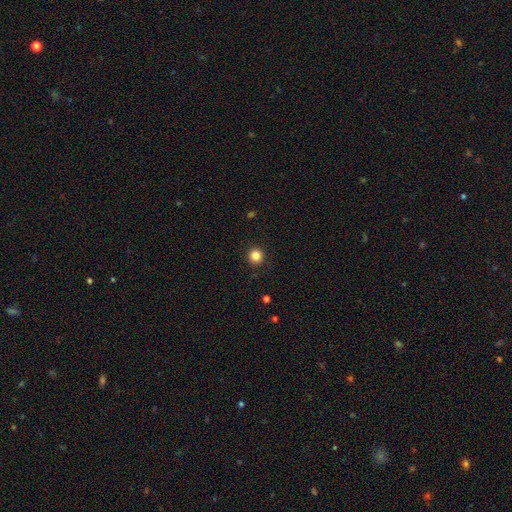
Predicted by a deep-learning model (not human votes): Smooth or featured: smooth — 84% (star or artifact — 12%)
How rounded: round — 95% (in between — 4%)
Merging: none — 92% (minor disturbance — 5%)